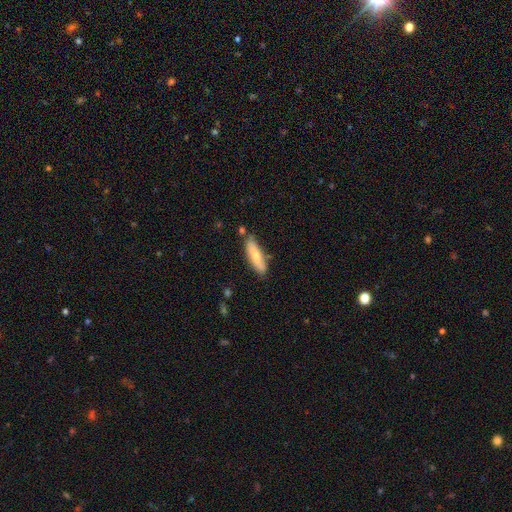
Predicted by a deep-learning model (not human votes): Smooth or featured?
  - smooth: 71% *
  - featured or disk: 24%
  - star or artifact: 6%
How rounded?
  - cigar-shaped: 62% *
  - in between: 36%
  - round: 2%
Merging?
  - none: 73% *
  - minor disturbance: 17%
  - merger: 6%
  - major disturbance: 3%